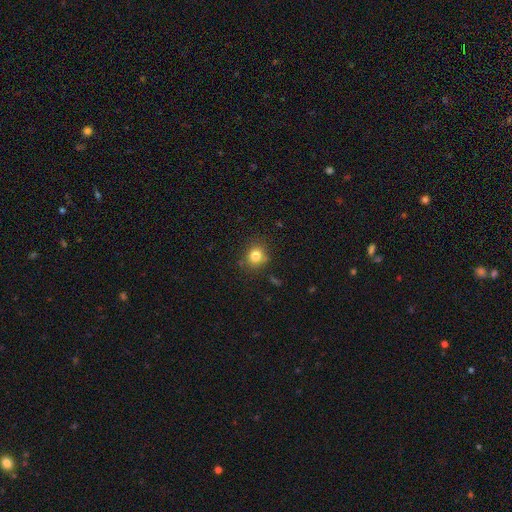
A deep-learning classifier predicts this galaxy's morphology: Smooth or featured? smooth (82%)
How rounded? round (82%)
Merging? none (81%)